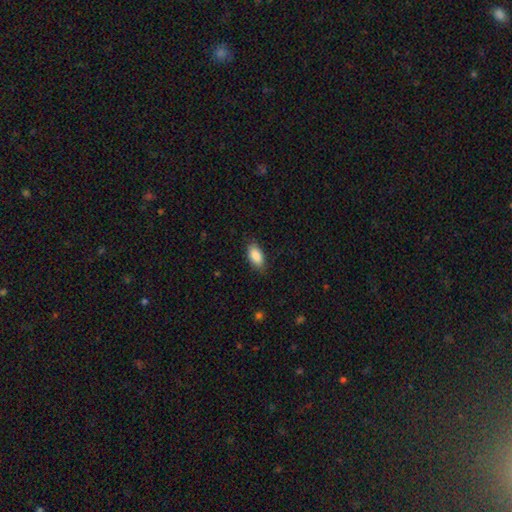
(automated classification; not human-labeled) smooth_or_featured: smooth (p=0.89) [alt: star or artifact p=0.07]
how_rounded: in between (p=0.92) [alt: cigar-shaped p=0.05]
merging: none (p=0.83) [alt: minor disturbance p=0.13]